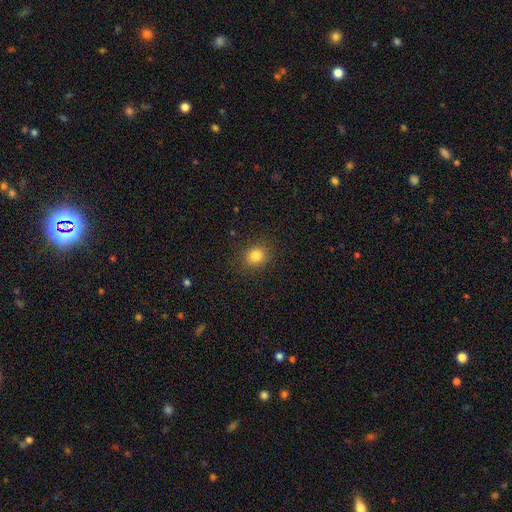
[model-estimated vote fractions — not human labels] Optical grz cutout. It shows a smooth galaxy with no disk features (82%) that is round (73%). Merging: none (89%).